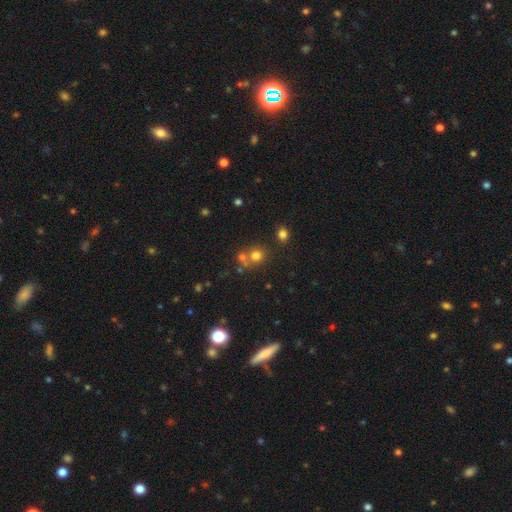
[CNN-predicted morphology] A smooth galaxy with no disk features (70%) that is round (84%).

Vote fractions:
- Smooth or featured? smooth: 70% / star or artifact: 19% / featured or disk: 11%
- How rounded? round: 84% / in between: 15% / cigar-shaped: 1%
- Merging? none: 55% / merger: 33% / minor disturbance: 8% / major disturbance: 4%